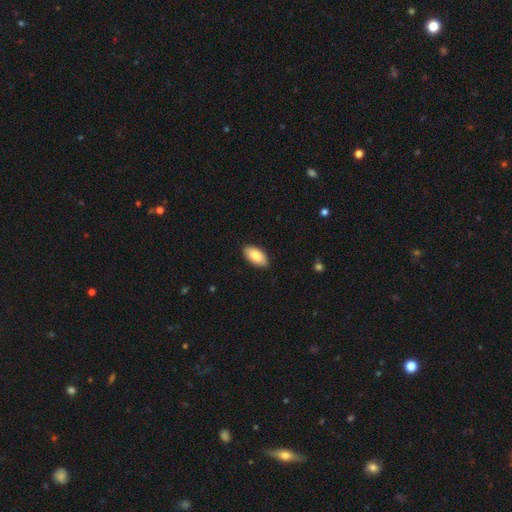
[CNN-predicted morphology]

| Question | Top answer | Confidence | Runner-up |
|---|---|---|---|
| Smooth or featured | smooth | 86% | featured or disk (9%) |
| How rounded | in between | 94% | cigar-shaped (4%) |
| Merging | none | 88% | minor disturbance (9%) |